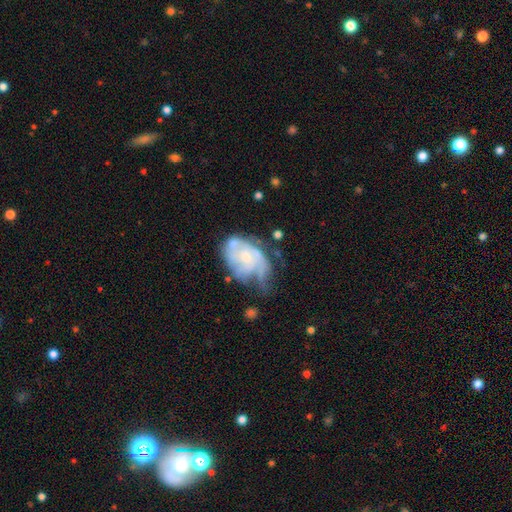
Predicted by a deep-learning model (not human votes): smooth_or_featured: featured or disk (p=0.65) [alt: smooth p=0.28]
disk_edge_on: no (p=0.97) [alt: yes p=0.03]
bar: no (p=0.75) [alt: weak p=0.21]
has_spiral_arms: yes (p=0.55) [alt: no p=0.45]
bulge_size: small (p=0.49) [alt: moderate p=0.35]
merging: major disturbance (p=0.40) [alt: minor disturbance p=0.30]